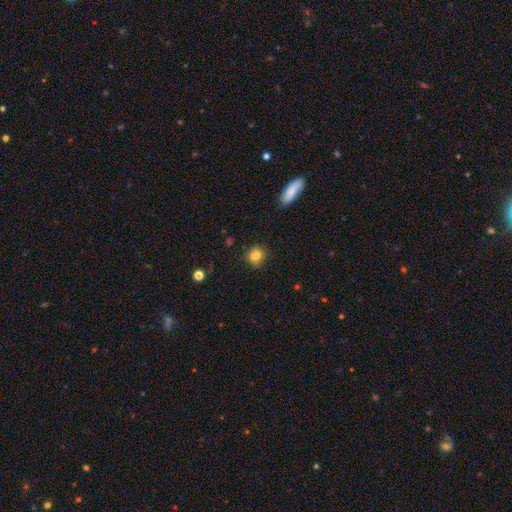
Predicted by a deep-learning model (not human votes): Smooth or featured? smooth (81%)
How rounded? round (84%)
Merging? none (84%)